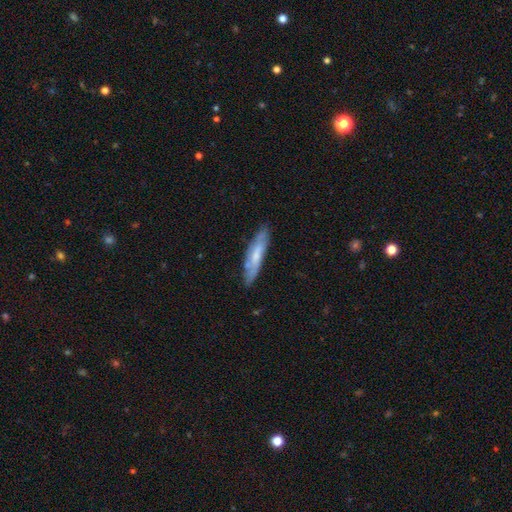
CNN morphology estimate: smooth_or_featured: smooth (p=0.48) [alt: featured or disk p=0.46]
merging: none (p=0.75) [alt: minor disturbance p=0.19]